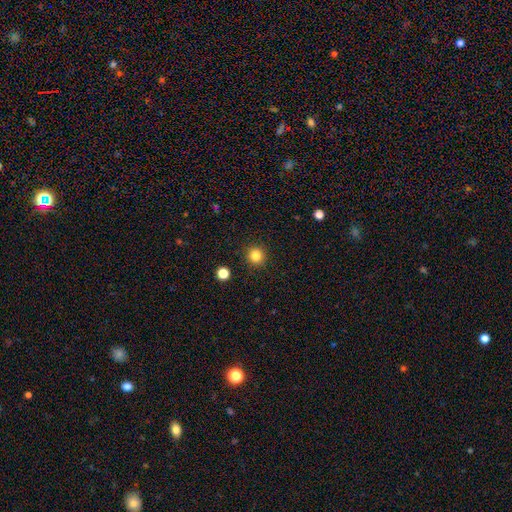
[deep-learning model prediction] smooth_or_featured: smooth (p=0.83) [alt: star or artifact p=0.12]
how_rounded: round (p=0.94) [alt: in between p=0.05]
merging: none (p=0.92) [alt: minor disturbance p=0.05]